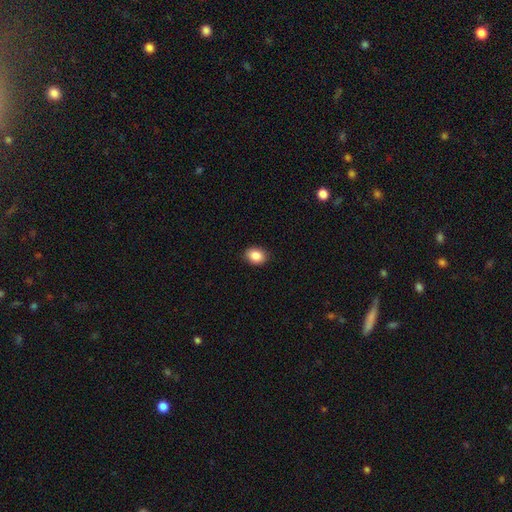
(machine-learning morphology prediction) smooth_or_featured: smooth (p=0.86) [alt: star or artifact p=0.08]
how_rounded: in between (p=0.60) [alt: round p=0.39]
merging: none (p=0.90) [alt: minor disturbance p=0.07]